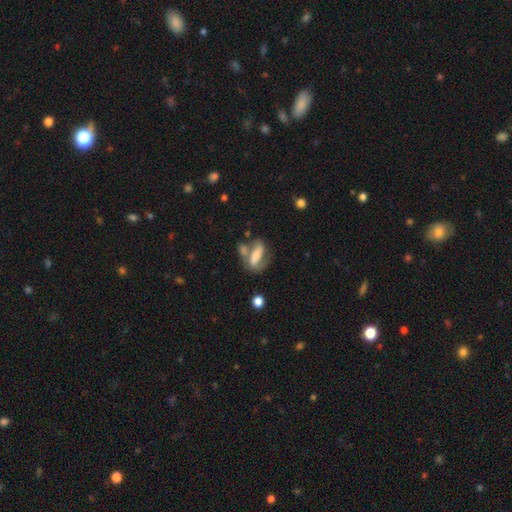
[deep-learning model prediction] A featured or disk galaxy (53%). Merging: none (45%).